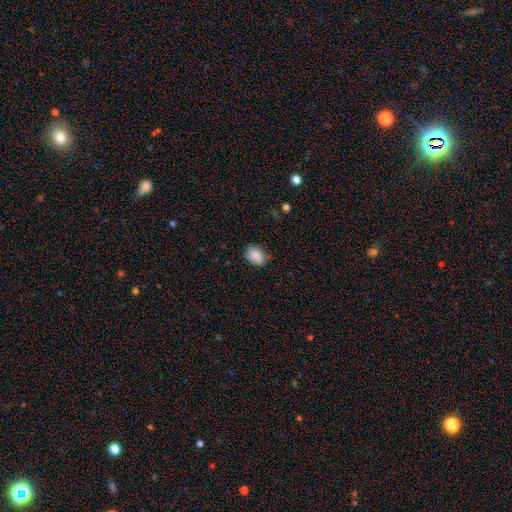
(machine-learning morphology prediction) Smooth or featured: smooth — 85% (star or artifact — 8%)
How rounded: in between — 74% (round — 25%)
Merging: none — 79% (minor disturbance — 17%)